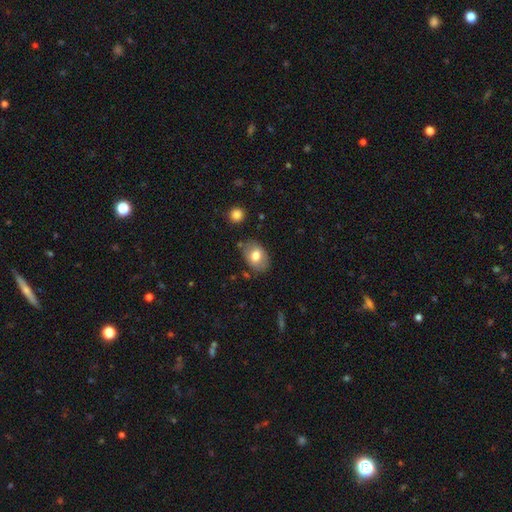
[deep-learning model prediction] smooth 74%, featured or disk 19%, star or artifact 8%. Down the decision tree: how rounded — in between (78%); merging — none (77%).